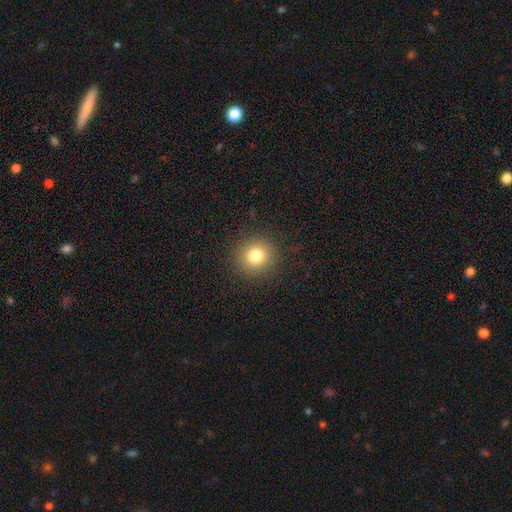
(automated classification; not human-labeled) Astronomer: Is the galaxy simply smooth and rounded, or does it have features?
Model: smooth — 79%.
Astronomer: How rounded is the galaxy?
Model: round — 91%.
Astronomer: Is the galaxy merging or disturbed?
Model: none — 90%.